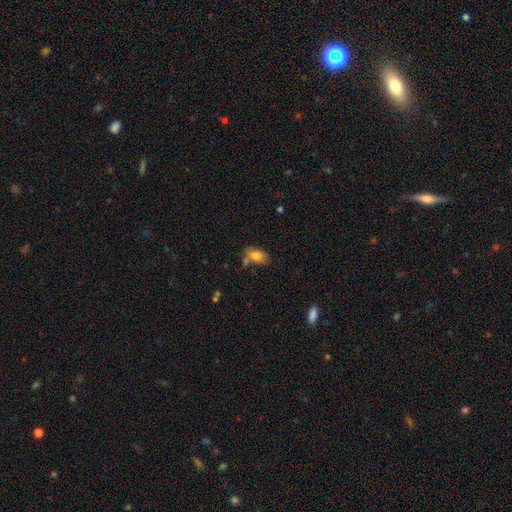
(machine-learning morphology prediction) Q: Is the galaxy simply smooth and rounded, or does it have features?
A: smooth — 79%.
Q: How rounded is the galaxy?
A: in between — 89%.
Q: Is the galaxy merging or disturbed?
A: none — 59%.